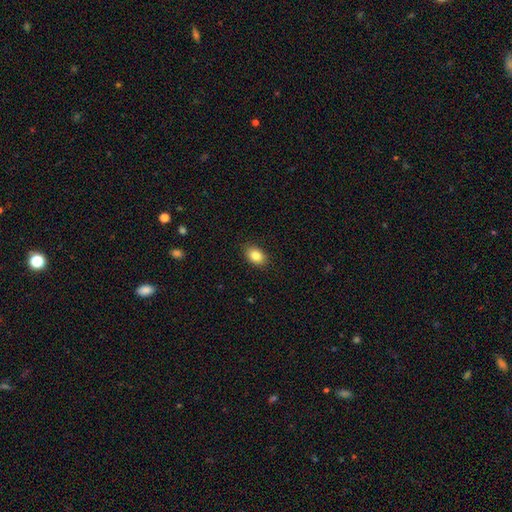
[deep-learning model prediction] The model was most divided on "how rounded": in between: 83%, round: 16%, cigar-shaped: 1%. More confident: merging — none (89%); smooth or featured — smooth (85%).